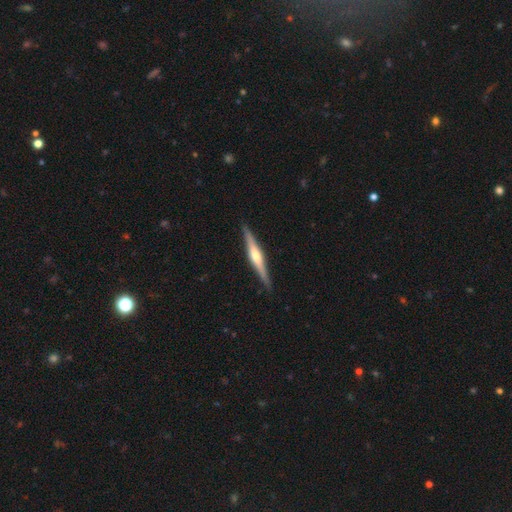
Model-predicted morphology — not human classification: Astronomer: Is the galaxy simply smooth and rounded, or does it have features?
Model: featured or disk — 71%.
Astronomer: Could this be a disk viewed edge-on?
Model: yes — 98%.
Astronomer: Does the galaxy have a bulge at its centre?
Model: rounded — 78%.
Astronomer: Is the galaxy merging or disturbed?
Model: none — 89%.